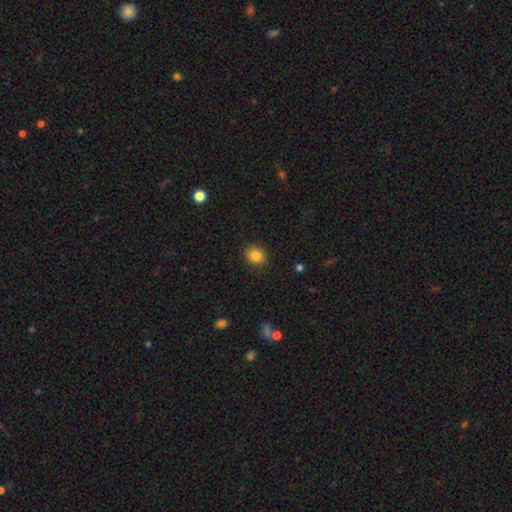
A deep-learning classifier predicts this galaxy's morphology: The model was most divided on "how rounded": round: 61%, in between: 38%, cigar-shaped: 1%. More confident: merging — none (89%); smooth or featured — smooth (84%).